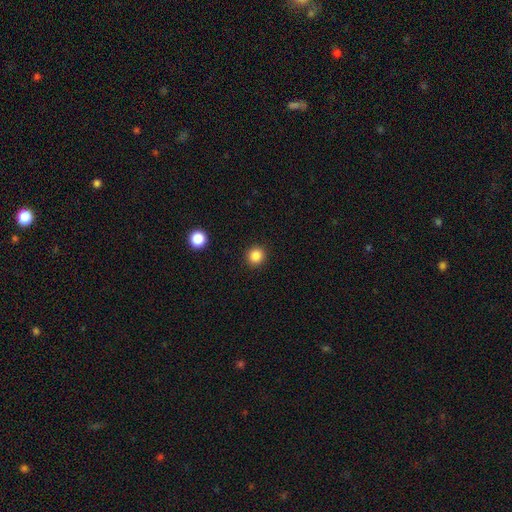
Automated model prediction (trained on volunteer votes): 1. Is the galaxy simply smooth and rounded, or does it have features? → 86% smooth, 11% star or artifact, 3% featured or disk.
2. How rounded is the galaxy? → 93% round, 6% in between, 1% cigar-shaped.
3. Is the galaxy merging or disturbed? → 92% none, 5% minor disturbance, 2% major disturbance, 1% merger.